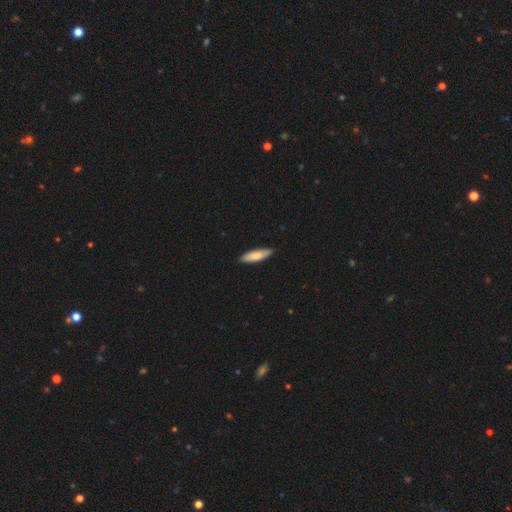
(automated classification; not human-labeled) smooth 83%, featured or disk 12%, star or artifact 5%. Down the decision tree: how rounded — cigar-shaped (59%); merging — none (86%).